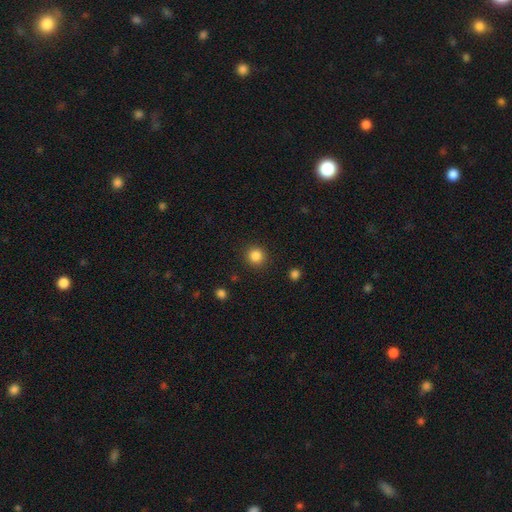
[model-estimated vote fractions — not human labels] Smooth or featured? smooth (85%)
How rounded? round (93%)
Merging? none (91%)